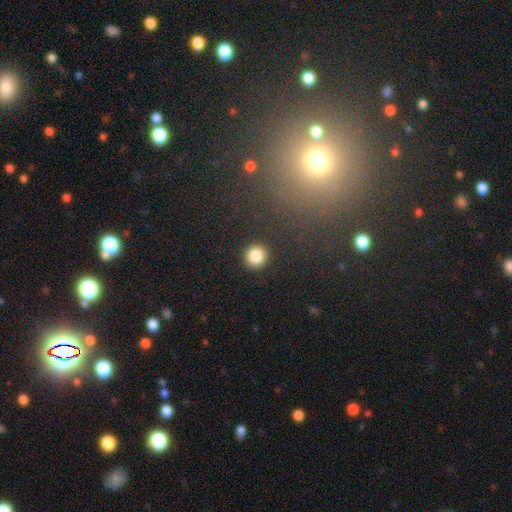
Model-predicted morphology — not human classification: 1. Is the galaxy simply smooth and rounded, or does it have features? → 85% smooth, 11% star or artifact, 5% featured or disk.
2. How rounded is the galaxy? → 94% round, 5% in between, 1% cigar-shaped.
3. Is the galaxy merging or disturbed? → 92% none, 5% minor disturbance, 2% major disturbance, 1% merger.